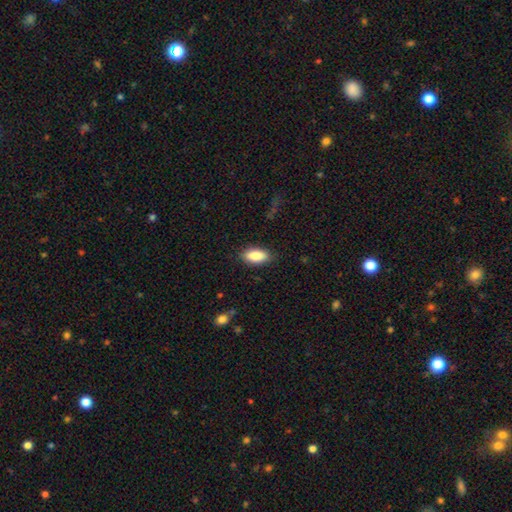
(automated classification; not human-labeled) A smooth galaxy with no disk features (88%) that is in between round and cigar-shaped (89%).

Vote fractions:
- Smooth or featured? smooth: 88% / star or artifact: 6% / featured or disk: 6%
- How rounded? in between: 89% / cigar-shaped: 8% / round: 3%
- Merging? none: 85% / minor disturbance: 11% / major disturbance: 3% / merger: 1%